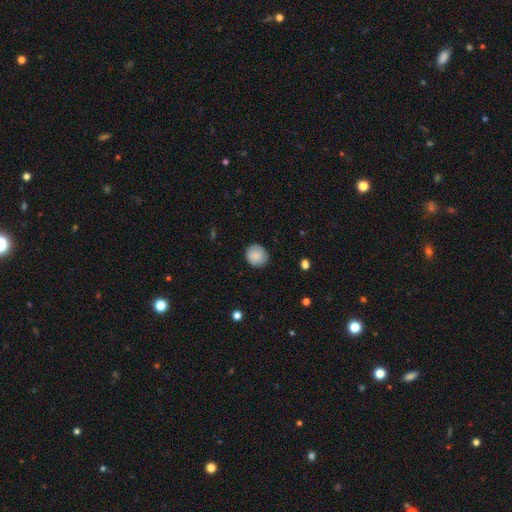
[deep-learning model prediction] Smooth or featured: smooth — 86% (featured or disk — 7%)
How rounded: round — 84% (in between — 15%)
Merging: none — 84% (minor disturbance — 12%)